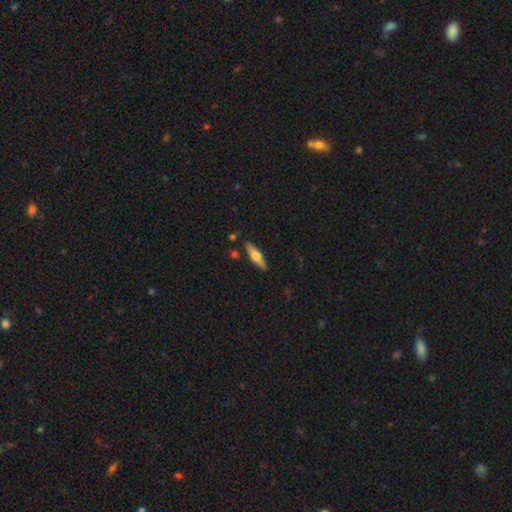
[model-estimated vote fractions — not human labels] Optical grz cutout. It shows a featured or disk galaxy (54%) viewed edge-on (94%) with a rounded central bulge (93%). Merging: none (87%).